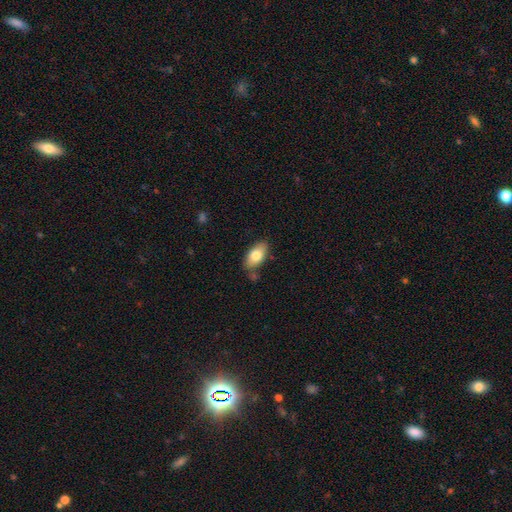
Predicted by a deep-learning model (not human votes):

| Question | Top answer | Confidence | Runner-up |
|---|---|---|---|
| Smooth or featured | smooth | 78% | featured or disk (15%) |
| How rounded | in between | 92% | round (4%) |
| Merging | none | 75% | minor disturbance (16%) |